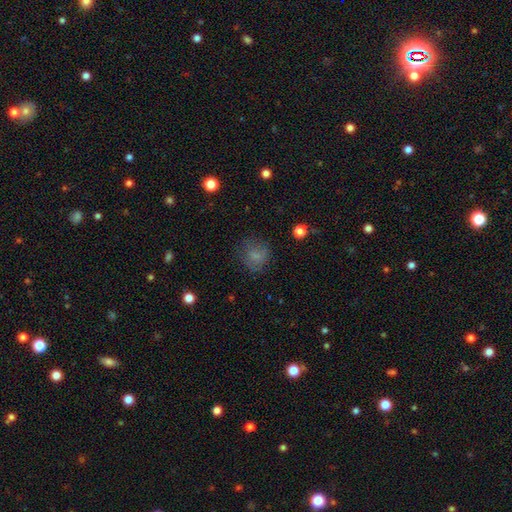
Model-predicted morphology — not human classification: Smooth or featured?
  - smooth: 73% *
  - featured or disk: 14%
  - star or artifact: 13%
How rounded?
  - round: 74% *
  - in between: 25%
  - cigar-shaped: 1%
Merging?
  - none: 68% *
  - minor disturbance: 19%
  - major disturbance: 12%
  - merger: 2%